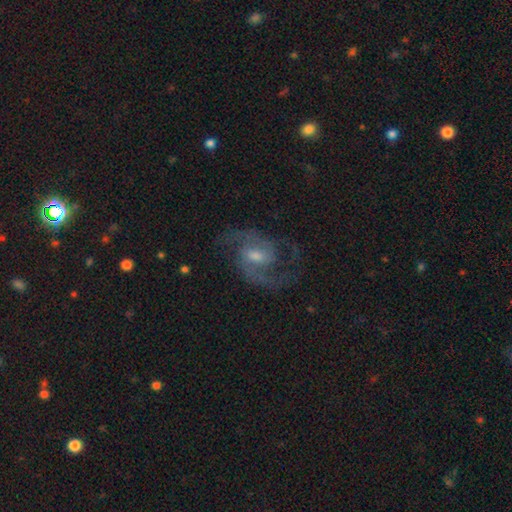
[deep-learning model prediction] smooth_or_featured: featured or disk (p=0.88) [alt: star or artifact p=0.07]
disk_edge_on: no (p=0.98) [alt: yes p=0.02]
bar: weak (p=0.55) [alt: no p=0.27]
has_spiral_arms: yes (p=0.98) [alt: no p=0.02]
spiral_winding: medium (p=0.63) [alt: loose p=0.21]
spiral_arm_count: 2 (p=0.91) [alt: can't tell p=0.03]
bulge_size: moderate (p=0.49) [alt: small p=0.41]
merging: none (p=0.79) [alt: minor disturbance p=0.13]